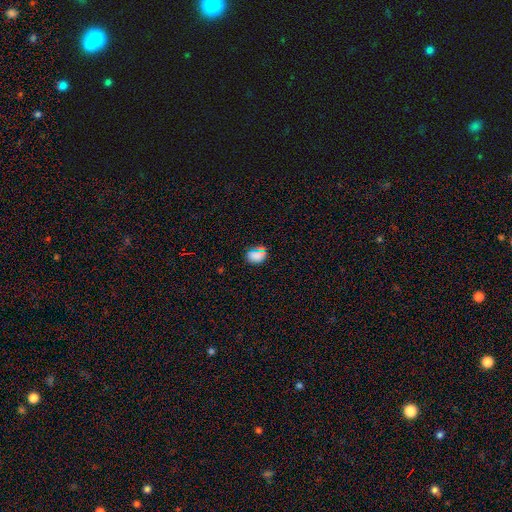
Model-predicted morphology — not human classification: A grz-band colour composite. It shows a smooth galaxy with no disk features (70%) that is in between round and cigar-shaped (51%). Merging: none (82%).